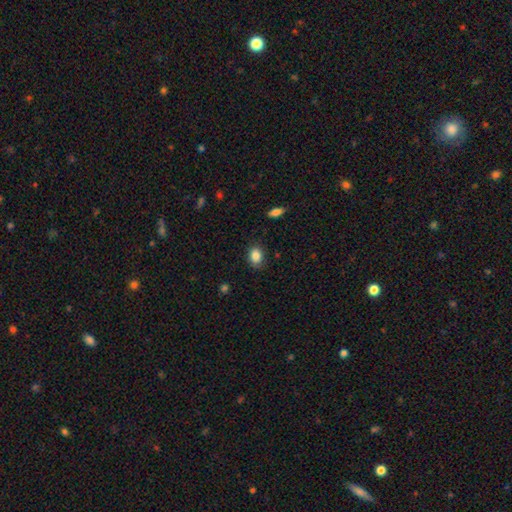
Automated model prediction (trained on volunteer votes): smooth 86%, star or artifact 9%, featured or disk 5%. Down the decision tree: how rounded — in between (72%); merging — none (82%).